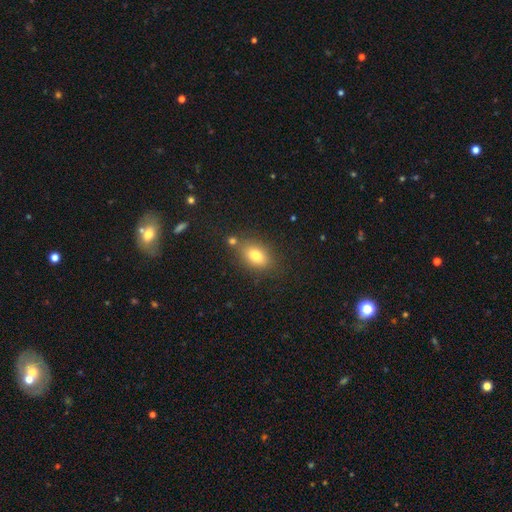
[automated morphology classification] smooth 79%, featured or disk 11%, star or artifact 10%. Down the decision tree: how rounded — in between (82%); merging — none (74%).